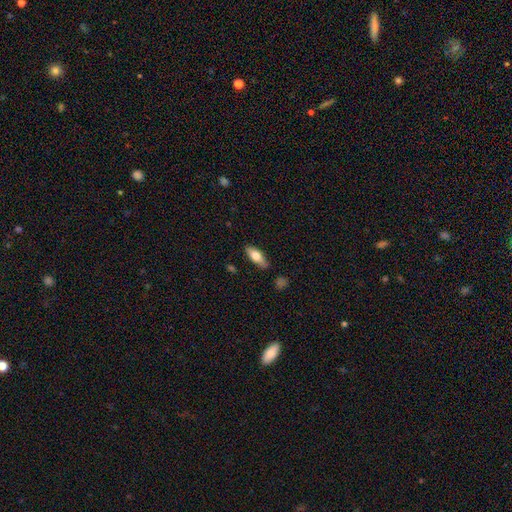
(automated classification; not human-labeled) The model was most divided on "how rounded": in between: 70%, cigar-shaped: 28%, round: 2%. More confident: merging — none (83%); smooth or featured — smooth (70%).